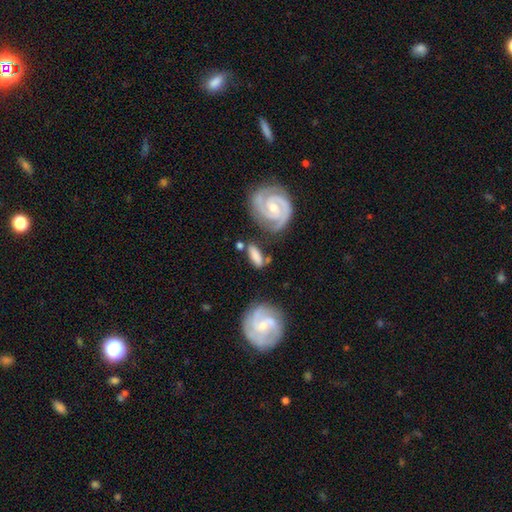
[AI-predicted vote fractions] A smooth galaxy with no disk features (53%) that is in between round and cigar-shaped (62%).

Vote fractions:
- Smooth or featured? smooth: 53% / featured or disk: 40% / star or artifact: 6%
- How rounded? in between: 62% / cigar-shaped: 34% / round: 4%
- Merging? none: 62% / minor disturbance: 20% / merger: 10% / major disturbance: 7%